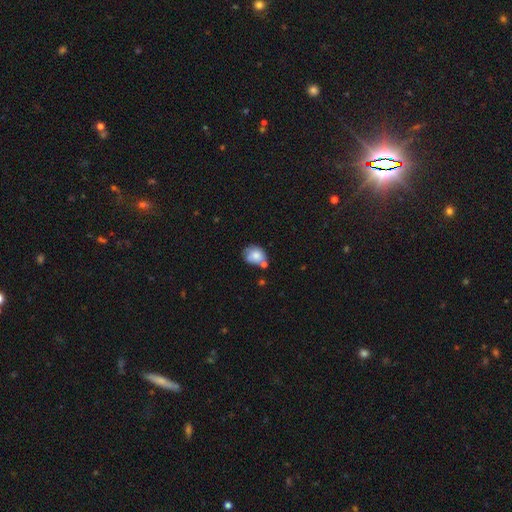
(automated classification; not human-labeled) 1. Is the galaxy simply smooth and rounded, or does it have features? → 73% smooth, 19% featured or disk, 9% star or artifact.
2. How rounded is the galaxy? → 53% round, 46% in between, 1% cigar-shaped.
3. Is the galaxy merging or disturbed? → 46% none, 26% minor disturbance, 21% merger, 8% major disturbance.